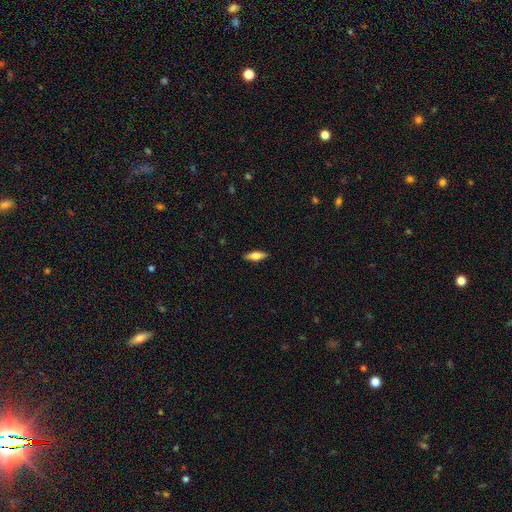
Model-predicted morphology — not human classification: Smooth or featured? Predicted: smooth (p=0.70). How rounded? Predicted: in between (p=0.55). Merging? Predicted: none (p=0.89).